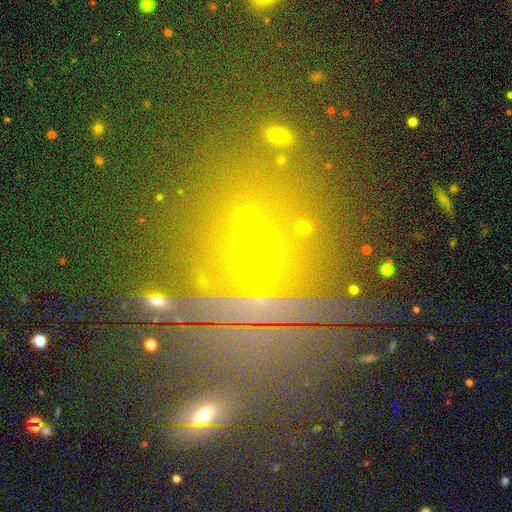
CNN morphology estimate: Smooth or featured?
  - star or artifact: 46% *
  - smooth: 42%
  - featured or disk: 13%